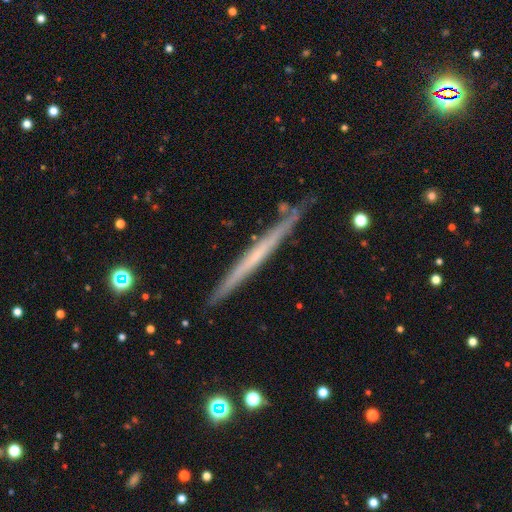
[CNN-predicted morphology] Smooth or featured?
  - featured or disk: 62% *
  - smooth: 32%
  - star or artifact: 6%
Edge-on disk?
  - yes: 97% *
  - no: 3%
Edge-on bulge?
  - none: 86% *
  - rounded: 10%
  - boxy: 4%
Merging?
  - none: 87% *
  - minor disturbance: 10%
  - merger: 2%
  - major disturbance: 2%